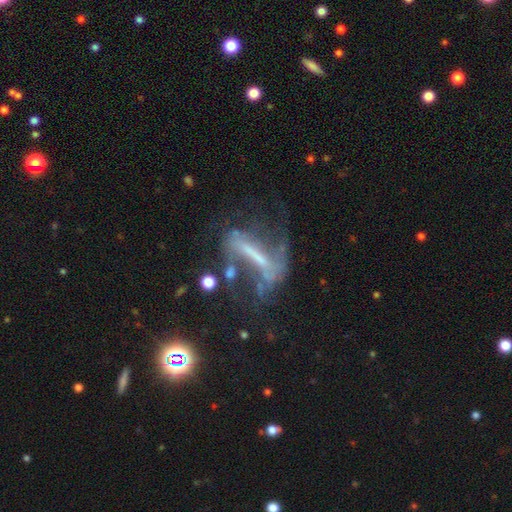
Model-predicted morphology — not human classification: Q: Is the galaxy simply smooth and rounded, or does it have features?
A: featured or disk — 67%.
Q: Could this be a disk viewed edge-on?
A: no — 76%.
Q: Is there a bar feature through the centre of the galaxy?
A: strong — 63%.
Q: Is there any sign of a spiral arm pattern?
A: yes — 55%.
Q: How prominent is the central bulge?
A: none — 48%.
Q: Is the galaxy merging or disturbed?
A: major disturbance — 37%.